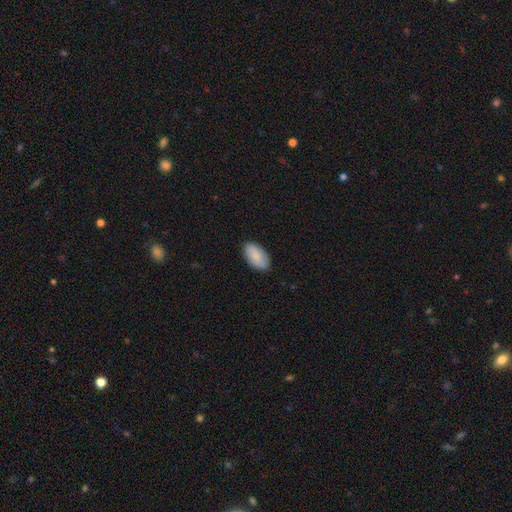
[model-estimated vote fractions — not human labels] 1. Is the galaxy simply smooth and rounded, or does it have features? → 87% smooth, 7% featured or disk, 6% star or artifact.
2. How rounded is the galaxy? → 95% in between, 3% round, 2% cigar-shaped.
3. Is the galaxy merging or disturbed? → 86% none, 11% minor disturbance, 2% major disturbance, 1% merger.